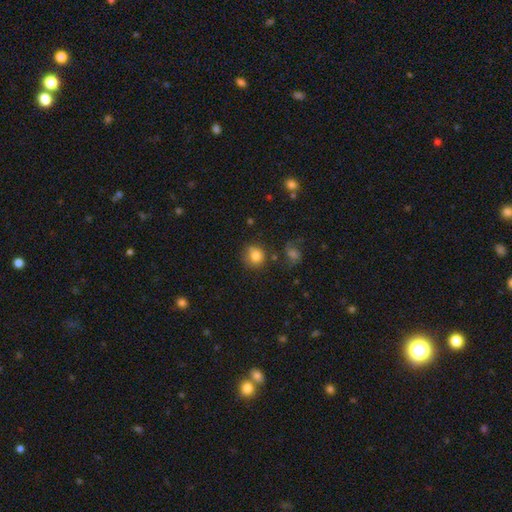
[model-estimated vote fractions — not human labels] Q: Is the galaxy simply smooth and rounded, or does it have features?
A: smooth — 80%.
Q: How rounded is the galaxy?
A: round — 84%.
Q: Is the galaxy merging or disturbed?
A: none — 65%.